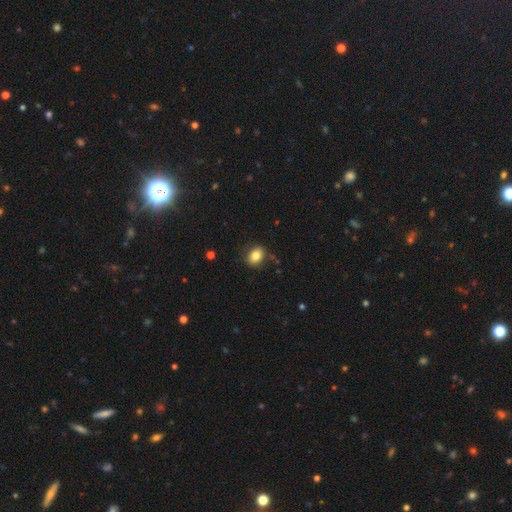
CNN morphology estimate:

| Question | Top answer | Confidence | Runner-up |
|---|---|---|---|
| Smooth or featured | smooth | 82% | star or artifact (10%) |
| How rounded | in between | 55% | round (44%) |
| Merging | none | 83% | minor disturbance (13%) |